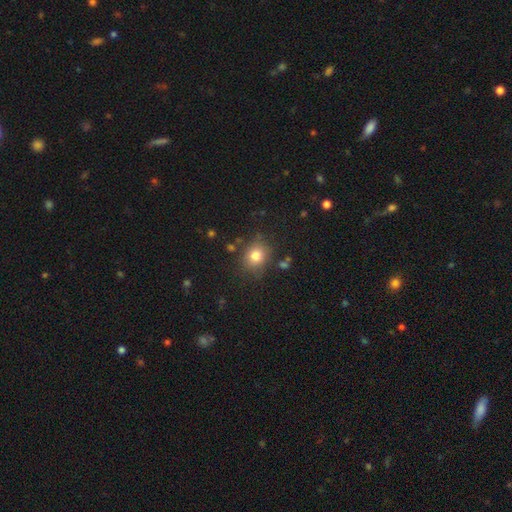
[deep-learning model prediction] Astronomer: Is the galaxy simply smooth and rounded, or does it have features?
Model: smooth — 80%.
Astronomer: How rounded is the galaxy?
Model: round — 64%.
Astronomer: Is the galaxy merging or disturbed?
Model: none — 79%.